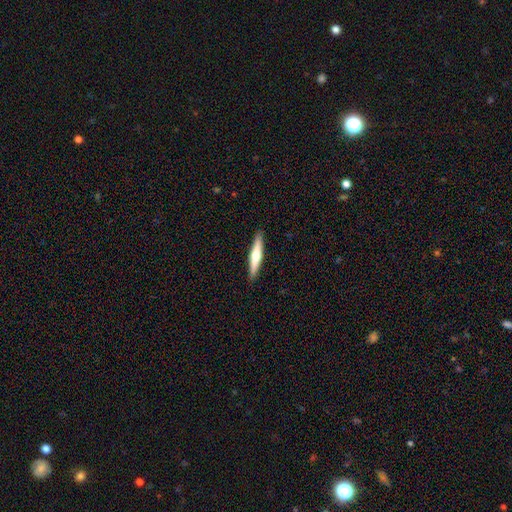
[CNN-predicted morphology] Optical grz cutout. It shows a featured or disk galaxy (50%) viewed edge-on (96%). Merging: none (91%).